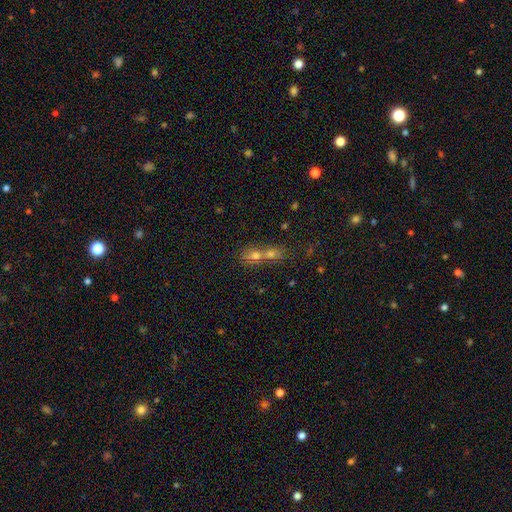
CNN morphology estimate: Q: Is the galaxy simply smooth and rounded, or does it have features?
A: smooth — 63%.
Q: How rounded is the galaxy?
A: in between — 48%.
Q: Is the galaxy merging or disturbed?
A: merger — 71%.